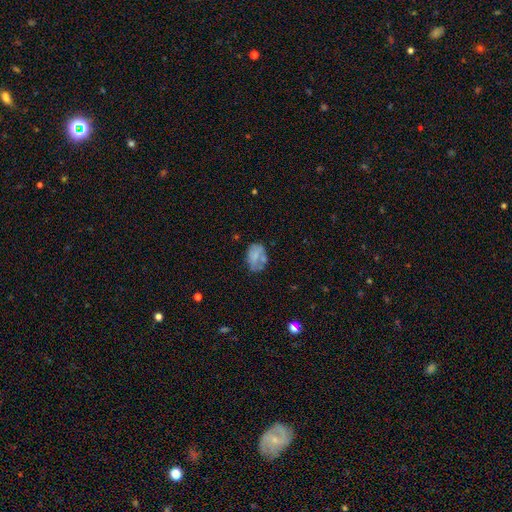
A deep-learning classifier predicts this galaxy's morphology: A smooth galaxy with no disk features (61%) that is in between round and cigar-shaped (81%).

Vote fractions:
- Smooth or featured? smooth: 61% / featured or disk: 29% / star or artifact: 10%
- How rounded? in between: 81% / round: 18% / cigar-shaped: 1%
- Merging? none: 44% / minor disturbance: 29% / major disturbance: 17% / merger: 10%